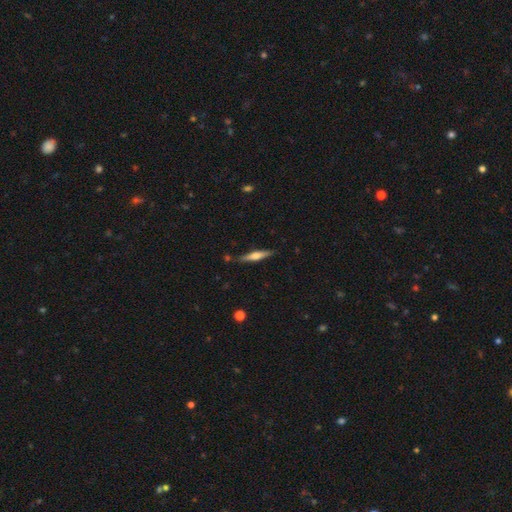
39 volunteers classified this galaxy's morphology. featured or disk 67%, smooth 33%, star or artifact 0%. Down the decision tree: edge-on disk — yes (88%); edge-on bulge — rounded (83%); merging — none (95%).